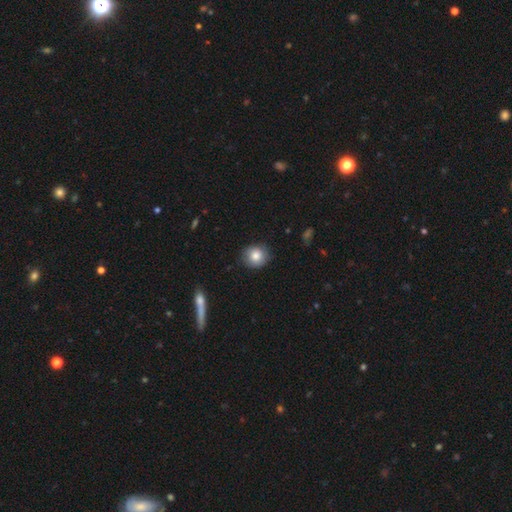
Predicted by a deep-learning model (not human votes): Overall: smooth (82%). How rounded: round (83%). Merging: none (83%).